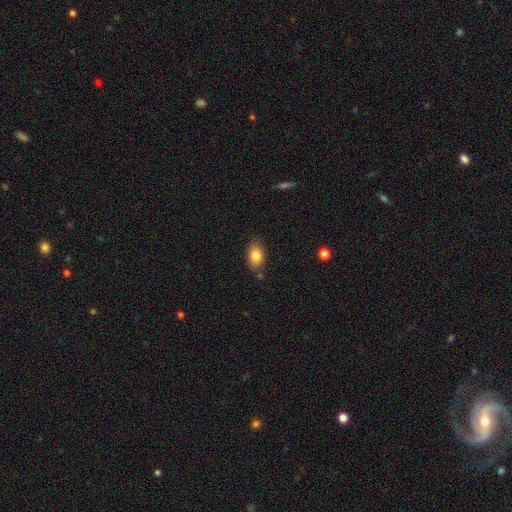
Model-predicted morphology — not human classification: Smooth or featured: smooth — 83% (featured or disk — 8%)
How rounded: in between — 85% (round — 13%)
Merging: none — 77% (minor disturbance — 15%)